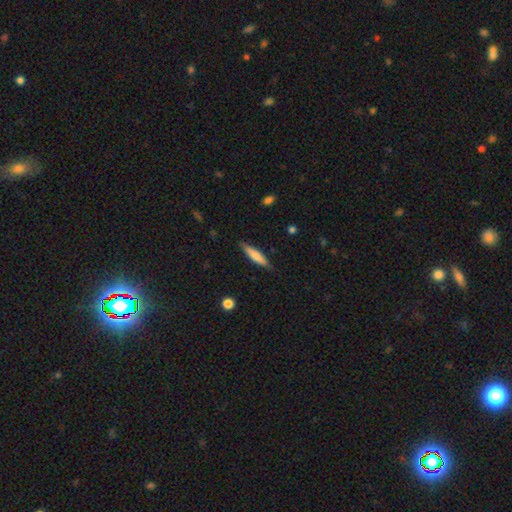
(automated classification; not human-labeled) Smooth or featured? smooth (67%)
How rounded? cigar-shaped (81%)
Merging? none (85%)